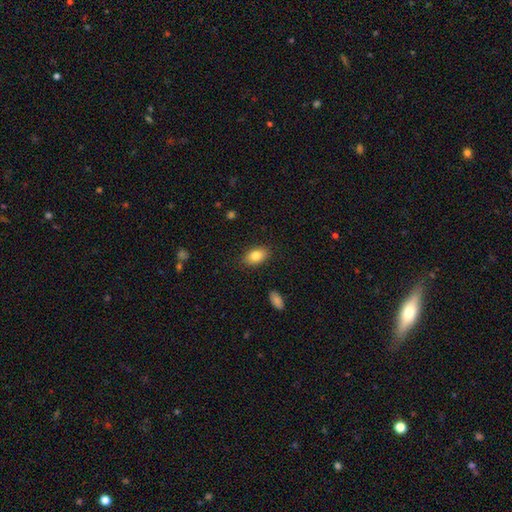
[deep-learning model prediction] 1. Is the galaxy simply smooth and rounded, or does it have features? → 82% smooth, 10% featured or disk, 7% star or artifact.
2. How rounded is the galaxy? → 90% in between, 8% round, 2% cigar-shaped.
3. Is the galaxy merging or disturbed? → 87% none, 10% minor disturbance, 2% major disturbance, 1% merger.